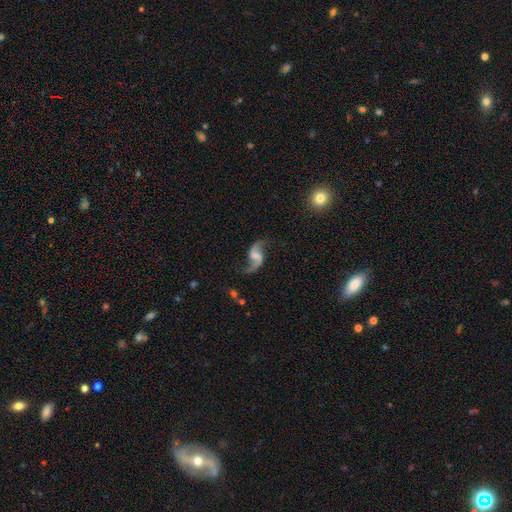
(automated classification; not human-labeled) Smooth or featured?
  - featured or disk: 88% *
  - smooth: 6%
  - star or artifact: 6%
Edge-on disk?
  - no: 98% *
  - yes: 2%
Bar?
  - weak: 49% *
  - no: 33%
  - strong: 18%
Spiral arms?
  - yes: 96% *
  - no: 4%
Spiral winding?
  - loose: 84% *
  - medium: 13%
  - tight: 3%
Spiral arm count?
  - 2: 94% *
  - 1: 2%
  - can't tell: 1%
  - 3: 1%
  - 4: 1%
  - more than 4: 1%
Bulge size?
  - none: 39% *
  - small: 29%
  - moderate: 24%
  - large: 7%
  - dominant: 2%
Merging?
  - none: 76% *
  - minor disturbance: 14%
  - major disturbance: 8%
  - merger: 3%